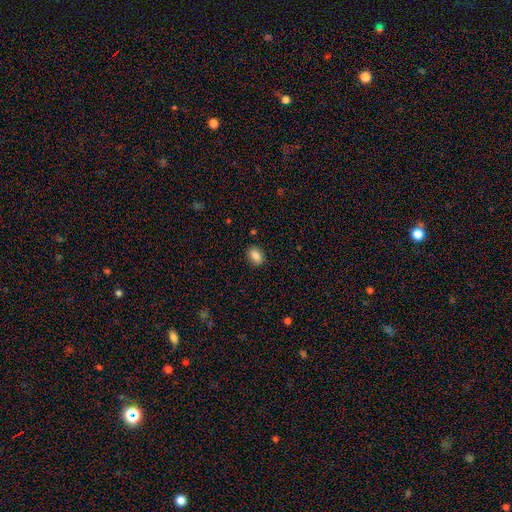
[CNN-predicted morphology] Smooth or featured? Predicted: smooth (p=0.85). How rounded? Predicted: in between (p=0.79). Merging? Predicted: none (p=0.87).